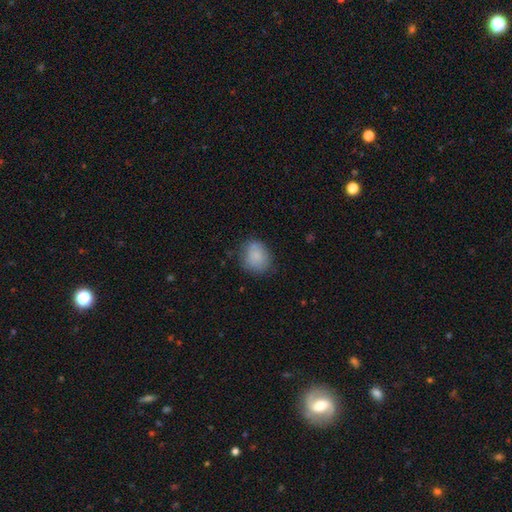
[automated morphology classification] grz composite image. It shows a smooth galaxy with no disk features (84%) that is round (58%). Merging: none (72%).